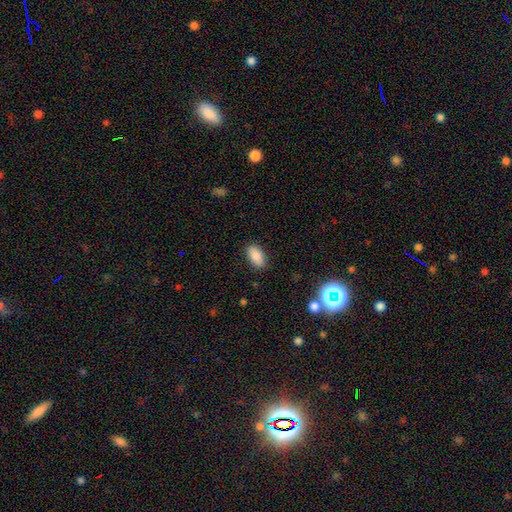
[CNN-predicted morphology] smooth 85%, star or artifact 8%, featured or disk 7%. Down the decision tree: how rounded — in between (93%); merging — none (87%).